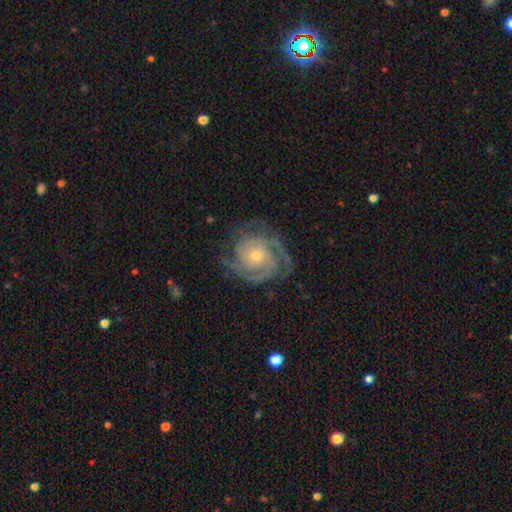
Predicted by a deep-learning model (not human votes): A featured or disk galaxy (90%) with no bar (77%), 3 (37%) tight (68%) spiral arms (98%) and a small central bulge (59%).

Vote fractions:
- Smooth or featured? featured or disk: 90% / smooth: 5% / star or artifact: 5%
- Edge-on disk? no: 98% / yes: 2%
- Bar? no: 77% / weak: 18% / strong: 5%
- Spiral arms? yes: 98% / no: 2%
- Spiral winding? tight: 68% / medium: 28% / loose: 4%
- Spiral arm count? 3: 37% / 2: 18% / 4: 17% / can't tell: 15% / more than 4: 6% / 1: 6%
- Bulge size? small: 59% / moderate: 36% / large: 2% / none: 1% / dominant: 1%
- Merging? none: 76% / minor disturbance: 16% / major disturbance: 7% / merger: 1%